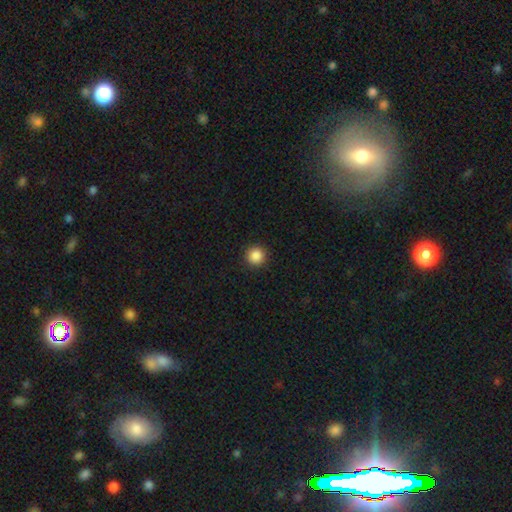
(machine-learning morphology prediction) smooth_or_featured: smooth (p=0.87) [alt: star or artifact p=0.10]
how_rounded: round (p=0.96) [alt: in between p=0.03]
merging: none (p=0.93) [alt: minor disturbance p=0.05]